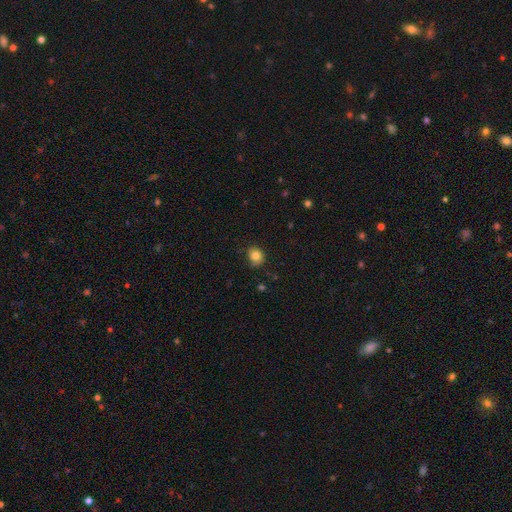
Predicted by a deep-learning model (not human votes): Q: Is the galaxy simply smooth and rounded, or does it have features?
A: smooth — 81%.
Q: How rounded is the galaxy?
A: round — 69%.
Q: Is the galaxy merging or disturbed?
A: none — 76%.